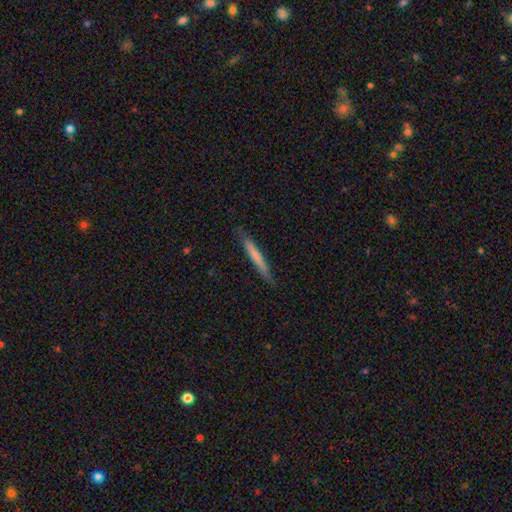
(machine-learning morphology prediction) smooth 65%, featured or disk 30%, star or artifact 6%. Down the decision tree: how rounded — cigar-shaped (96%); merging — none (85%).